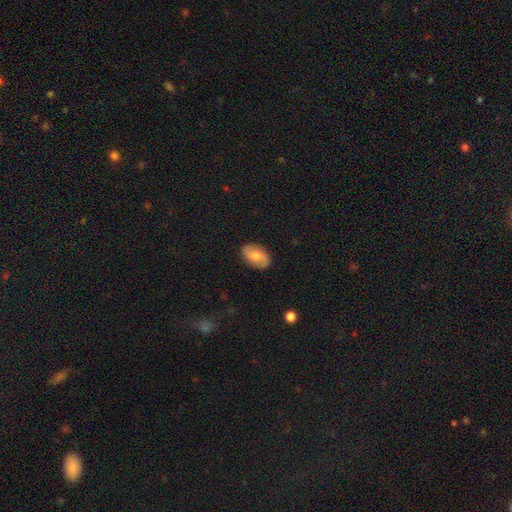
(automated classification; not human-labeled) Smooth or featured? smooth (52%)
How rounded? in between (90%)
Merging? none (85%)